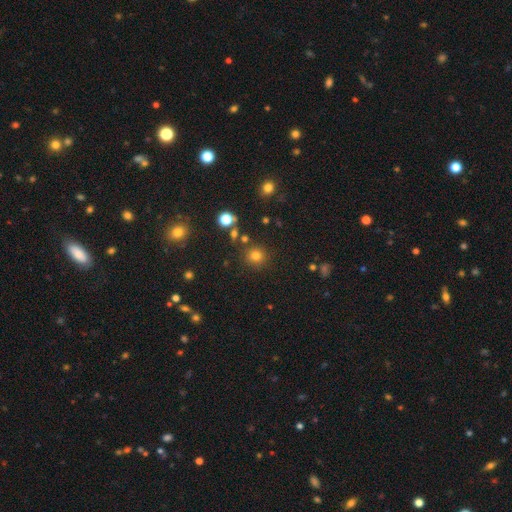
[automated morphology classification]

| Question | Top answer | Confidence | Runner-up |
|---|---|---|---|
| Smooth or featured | smooth | 76% | star or artifact (18%) |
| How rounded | round | 91% | in between (8%) |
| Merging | none | 83% | minor disturbance (8%) |